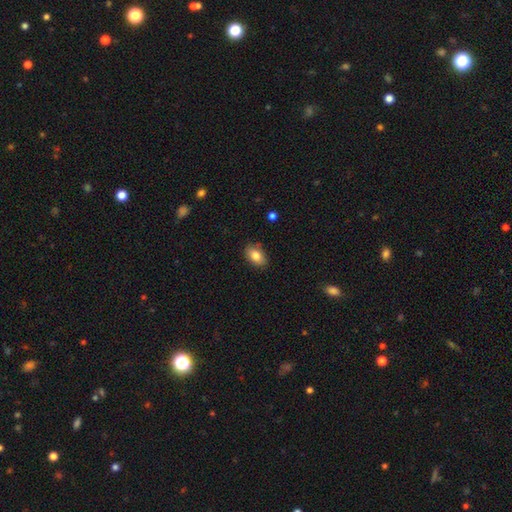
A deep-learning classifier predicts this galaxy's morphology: type=smooth (83%); roundness=in between (88%); merging=none (84%).